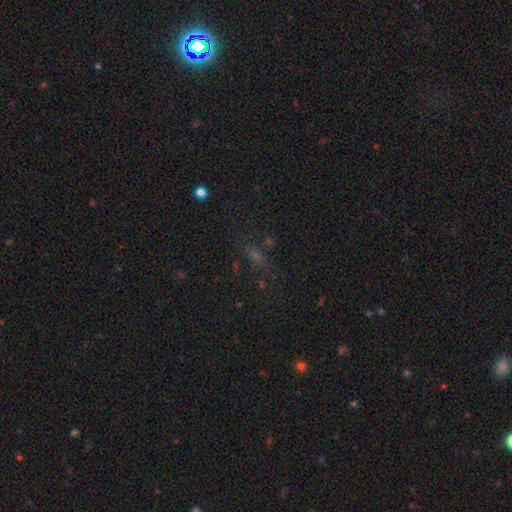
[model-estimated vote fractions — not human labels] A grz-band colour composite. It shows a star or artifact, not a galaxy (59%).